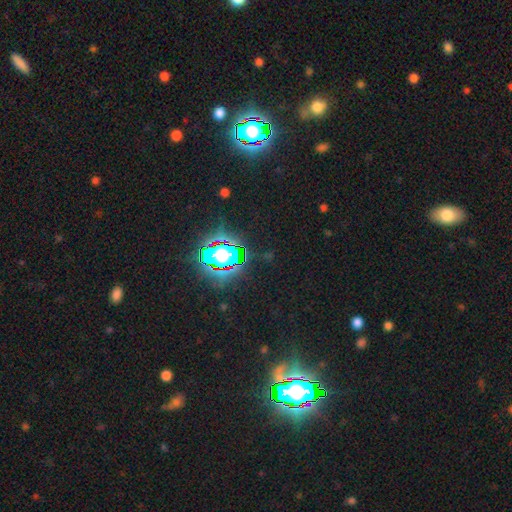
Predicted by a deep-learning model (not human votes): Smooth or featured? star or artifact (83%)